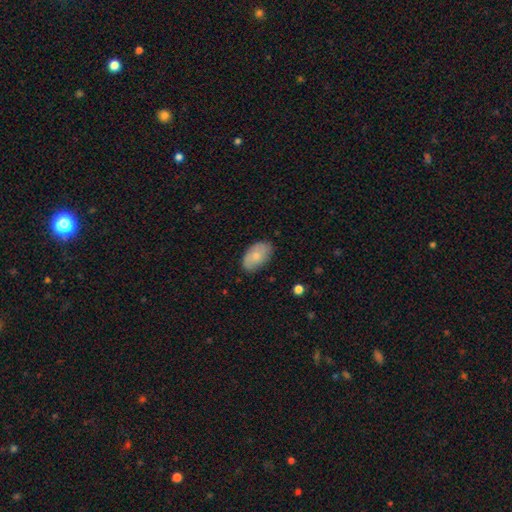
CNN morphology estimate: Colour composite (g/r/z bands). It shows a smooth galaxy with no disk features (75%) that is in between round and cigar-shaped (93%). Merging: none (78%).